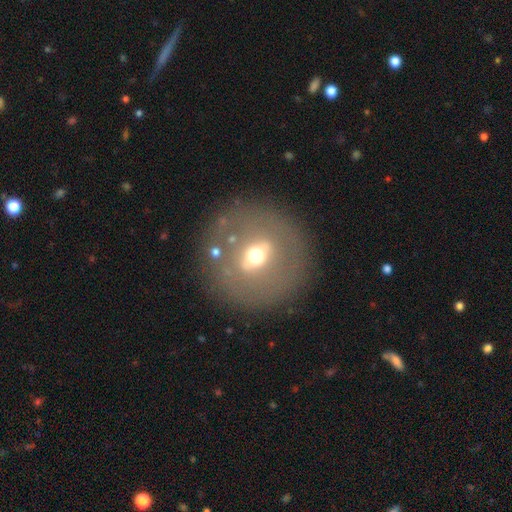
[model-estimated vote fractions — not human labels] This is possibly a featured or disk galaxy (55%). It is clearly not viewed edge-on (83%). Merging: likely none (78%).